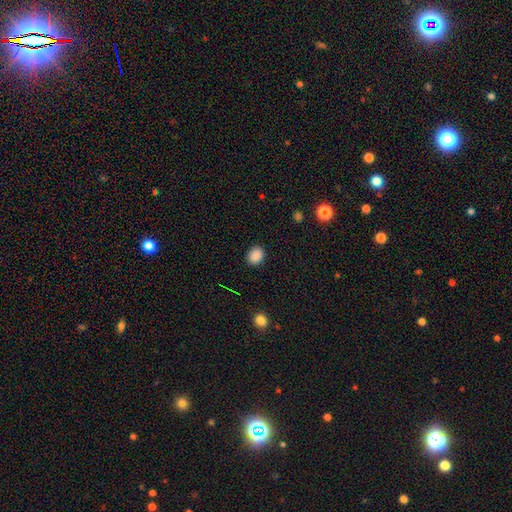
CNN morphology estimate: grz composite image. It shows a smooth galaxy with no disk features (87%) that is round (58%). Merging: none (89%).